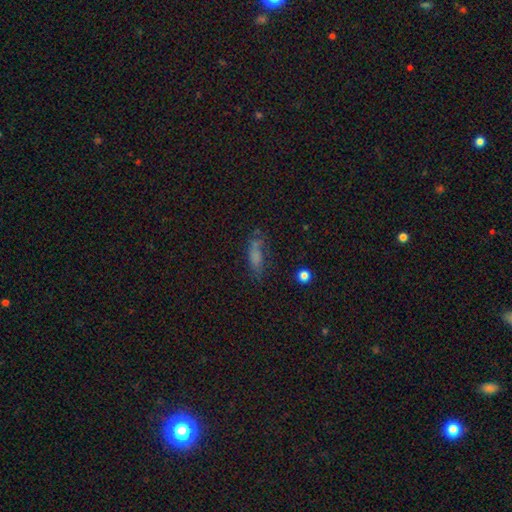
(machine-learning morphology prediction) Smooth or featured? smooth (65%)
How rounded? in between (62%)
Merging? none (49%)